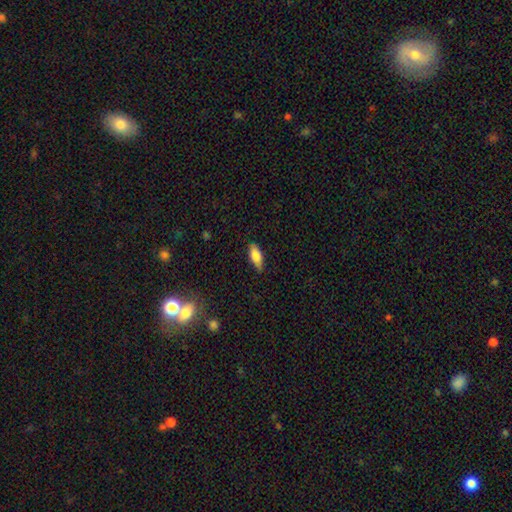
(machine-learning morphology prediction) This appears to be a smooth galaxy with no disk features (79%) that is in between round and cigar-shaped (79%). Merging: none (80%).